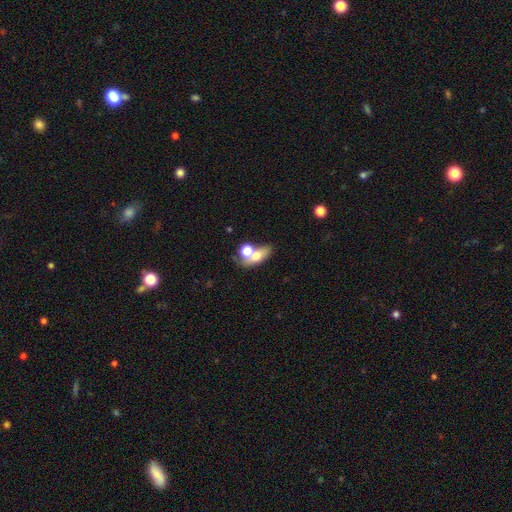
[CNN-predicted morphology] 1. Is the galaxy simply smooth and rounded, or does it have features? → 63% smooth, 26% featured or disk, 11% star or artifact.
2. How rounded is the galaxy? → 68% in between, 24% round, 8% cigar-shaped.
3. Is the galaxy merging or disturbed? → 49% merger, 34% none, 10% minor disturbance, 7% major disturbance.